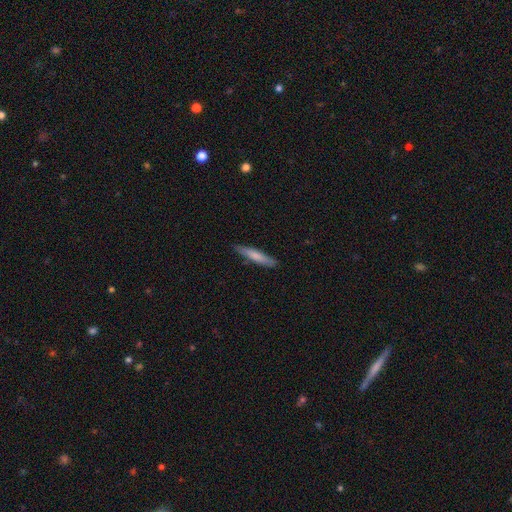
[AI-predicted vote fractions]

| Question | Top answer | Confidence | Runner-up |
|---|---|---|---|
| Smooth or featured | smooth | 74% | featured or disk (21%) |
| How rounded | cigar-shaped | 89% | in between (9%) |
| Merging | none | 85% | minor disturbance (11%) |